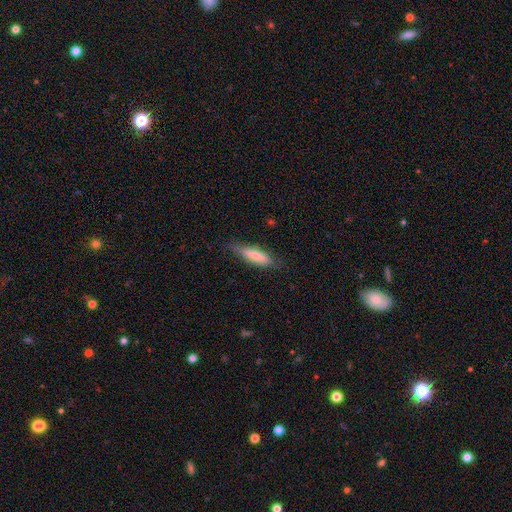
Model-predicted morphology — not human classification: Q: Smooth or featured?
A: smooth (73%); runner-up: featured or disk (21%)
Q: How rounded?
A: cigar-shaped (70%); runner-up: in between (29%)
Q: Merging?
A: none (76%); runner-up: minor disturbance (18%)